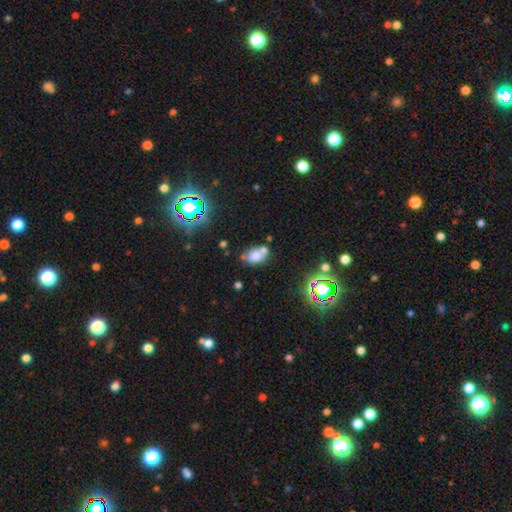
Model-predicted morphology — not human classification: Overall: smooth (69%). How rounded: in between (72%). Merging: none (46%; merger 32%).